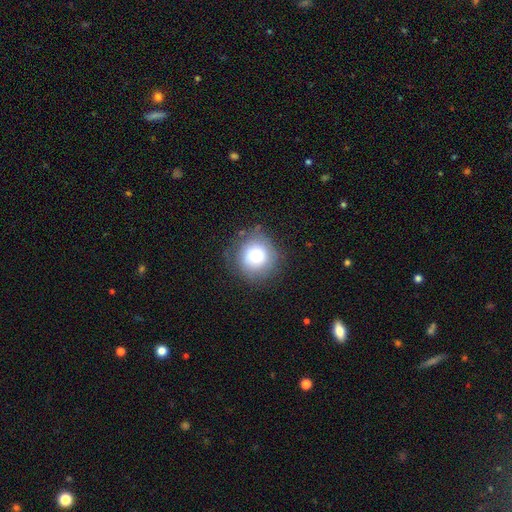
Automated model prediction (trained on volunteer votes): The model was most divided on "merging": none: 73%, minor disturbance: 18%, major disturbance: 7%, merger: 2%. More confident: how rounded — round (92%); smooth or featured — smooth (75%).